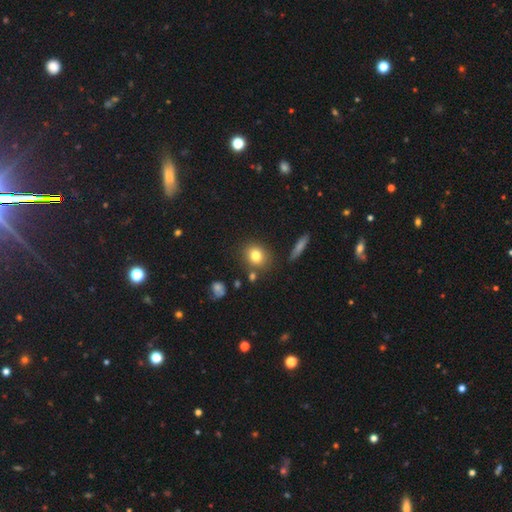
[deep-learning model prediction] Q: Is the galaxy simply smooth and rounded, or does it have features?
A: smooth — 80%.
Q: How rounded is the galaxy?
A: round — 72%.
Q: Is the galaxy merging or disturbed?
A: none — 80%.